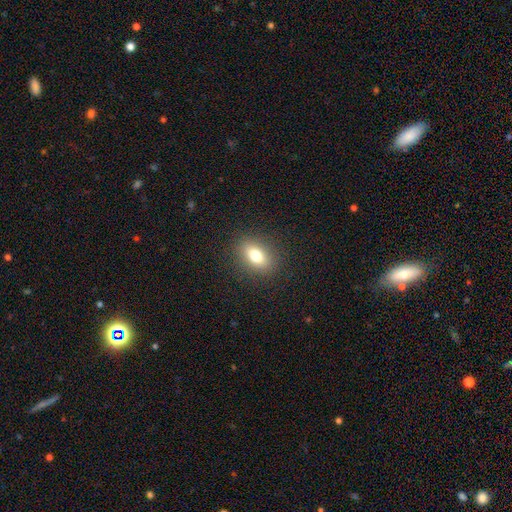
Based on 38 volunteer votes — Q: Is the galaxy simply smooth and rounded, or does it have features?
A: smooth — 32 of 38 (84%).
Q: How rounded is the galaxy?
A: in between — 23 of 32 (72%).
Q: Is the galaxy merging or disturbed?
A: none — 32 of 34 (94%).